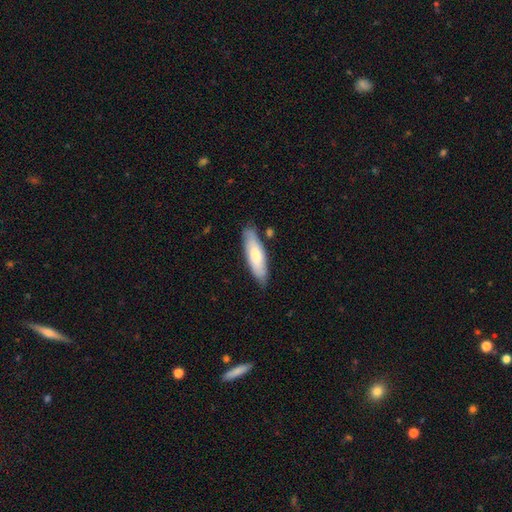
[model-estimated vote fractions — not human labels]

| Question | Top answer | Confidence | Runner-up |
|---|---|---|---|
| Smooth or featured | smooth | 75% | featured or disk (20%) |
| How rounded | cigar-shaped | 53% | in between (46%) |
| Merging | none | 80% | minor disturbance (15%) |